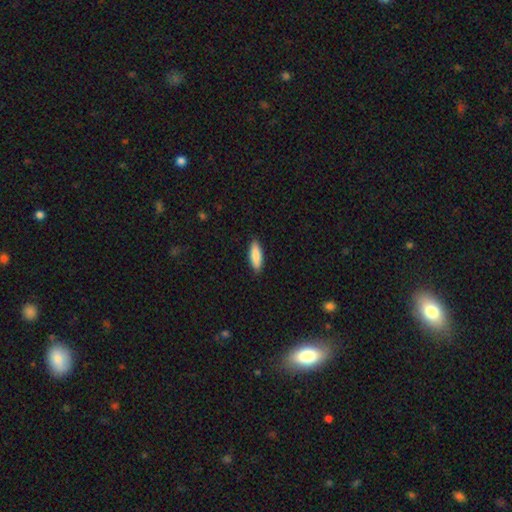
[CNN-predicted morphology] A smooth galaxy with no disk features (87%) that is in between round and cigar-shaped (53%).

Vote fractions:
- Smooth or featured? smooth: 87% / featured or disk: 7% / star or artifact: 6%
- How rounded? in between: 53% / cigar-shaped: 46% / round: 2%
- Merging? none: 89% / minor disturbance: 8% / major disturbance: 2% / merger: 1%